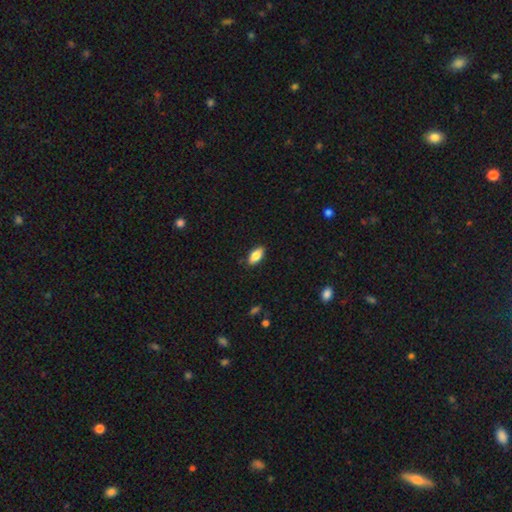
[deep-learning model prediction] This is clearly a smooth galaxy (83%). How rounded: clearly in between (89%). Merging: clearly none (87%).